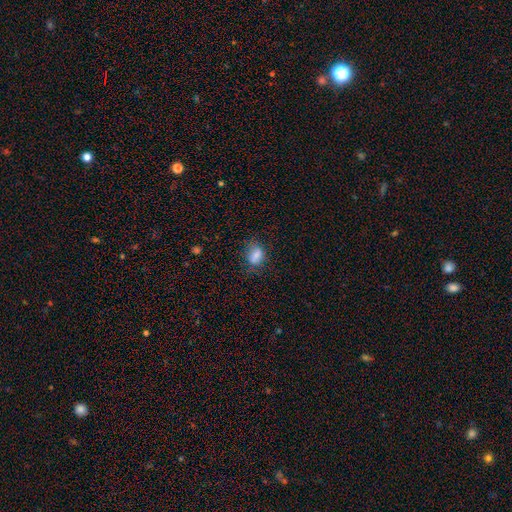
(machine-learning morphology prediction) smooth_or_featured: smooth (p=0.77) [alt: star or artifact p=0.12]
how_rounded: in between (p=0.66) [alt: round p=0.31]
merging: none (p=0.66) [alt: minor disturbance p=0.23]